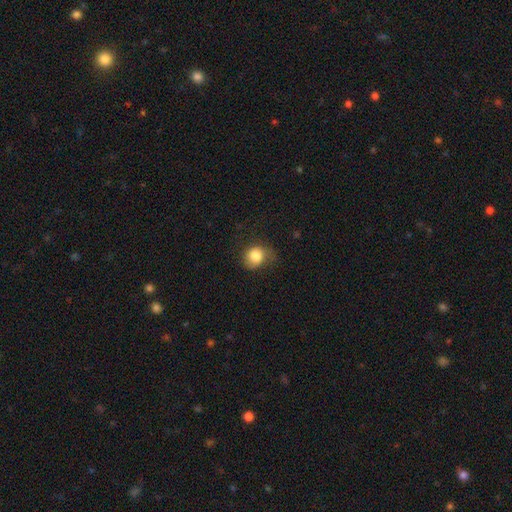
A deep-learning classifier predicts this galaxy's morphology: The model was most divided on "merging": none: 54%, minor disturbance: 30%, major disturbance: 14%, merger: 2%. More confident: smooth or featured — smooth (82%); how rounded — round (72%).